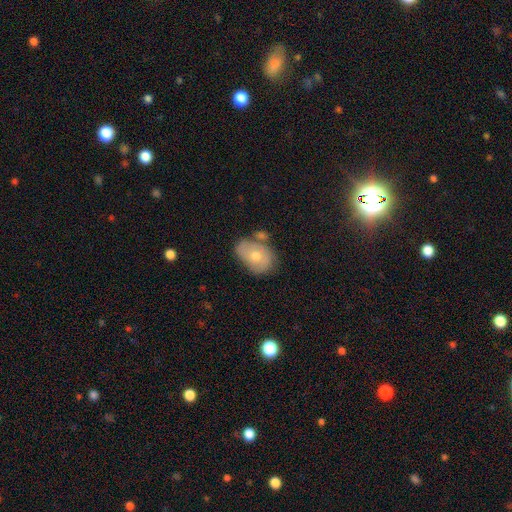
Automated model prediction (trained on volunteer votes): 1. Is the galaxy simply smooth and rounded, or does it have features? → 55% smooth, 36% featured or disk, 9% star or artifact.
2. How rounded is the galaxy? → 75% in between, 23% round, 1% cigar-shaped.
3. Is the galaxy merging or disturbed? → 57% none, 23% minor disturbance, 13% merger, 6% major disturbance.